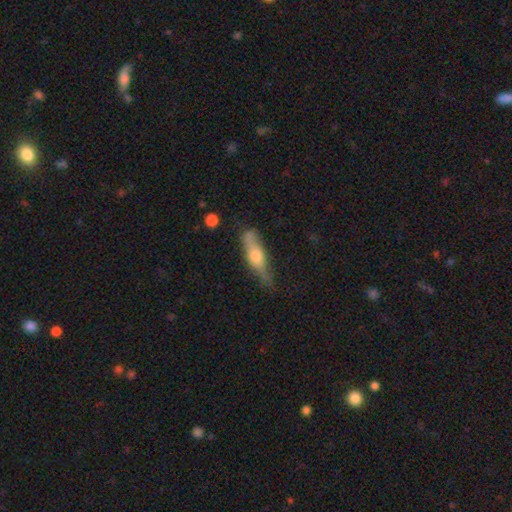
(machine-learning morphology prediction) Smooth or featured? featured or disk (50%)
Edge-on disk? yes (85%)
Merging? none (62%)